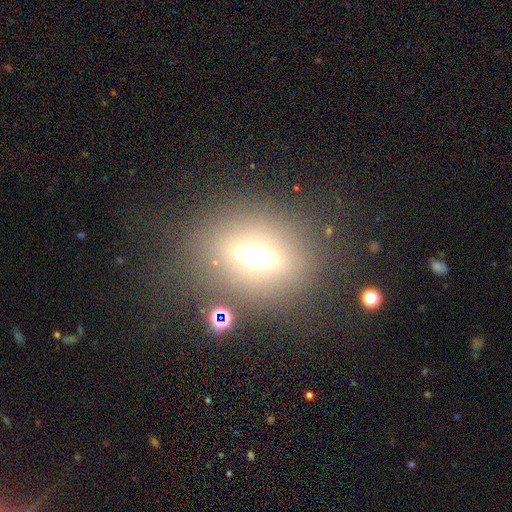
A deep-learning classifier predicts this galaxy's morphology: Smooth or featured? smooth (54%)
How rounded? in between (60%)
Merging? none (75%)